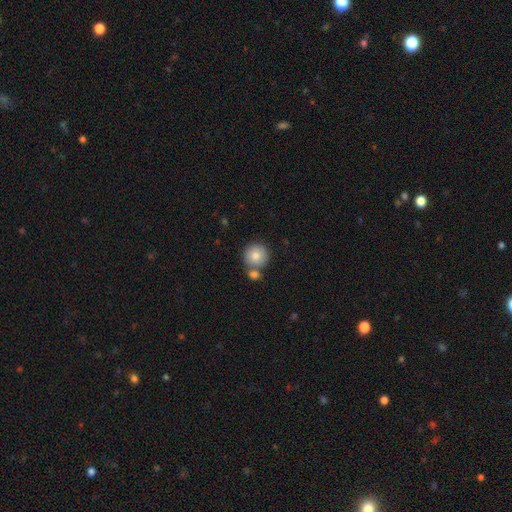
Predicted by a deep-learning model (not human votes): Smooth or featured?
  - smooth: 80% *
  - featured or disk: 12%
  - star or artifact: 9%
How rounded?
  - round: 94% *
  - in between: 5%
  - cigar-shaped: 1%
Merging?
  - none: 63% *
  - merger: 26%
  - minor disturbance: 9%
  - major disturbance: 3%